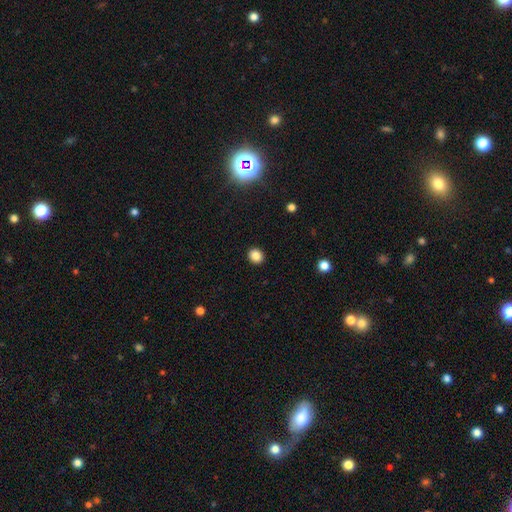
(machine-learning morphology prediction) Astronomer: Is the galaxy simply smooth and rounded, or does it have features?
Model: smooth — 86%.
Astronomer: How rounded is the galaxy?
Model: round — 76%.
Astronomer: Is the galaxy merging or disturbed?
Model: none — 92%.